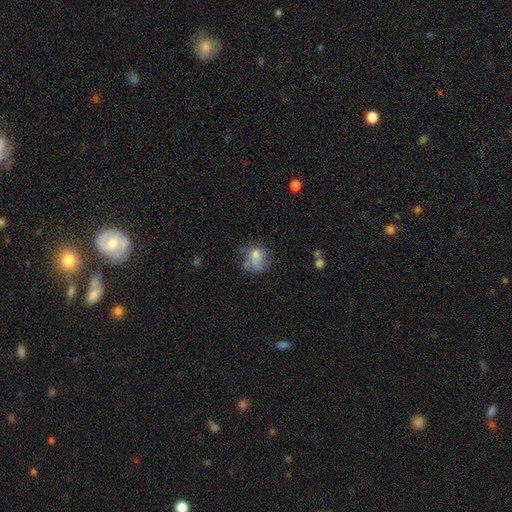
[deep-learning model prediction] Smooth or featured: smooth — 69% (featured or disk — 20%)
How rounded: round — 62% (in between — 37%)
Merging: none — 45% (minor disturbance — 30%)